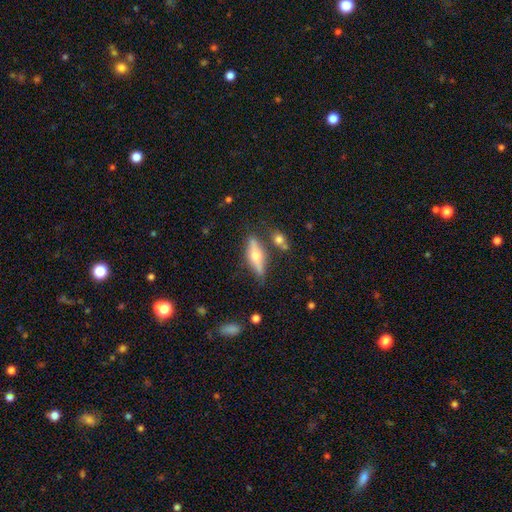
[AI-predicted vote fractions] Overall: featured or disk (58%; smooth 35%). Edge-on disk: yes (91%). Edge-on bulge: rounded (93%). Merging: none (75%).